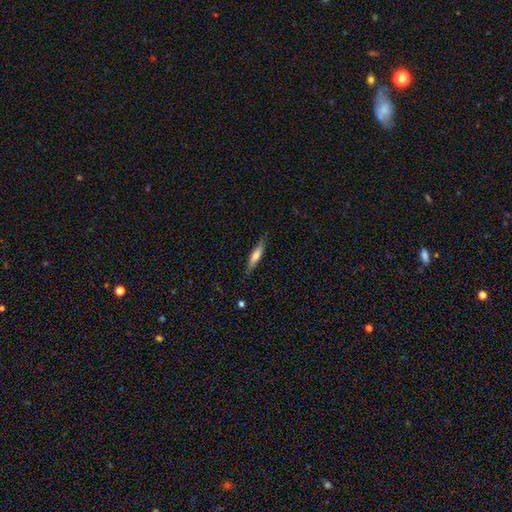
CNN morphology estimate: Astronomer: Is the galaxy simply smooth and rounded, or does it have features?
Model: smooth — 63%.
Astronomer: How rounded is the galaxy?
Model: cigar-shaped — 84%.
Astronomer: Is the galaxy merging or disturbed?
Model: none — 85%.